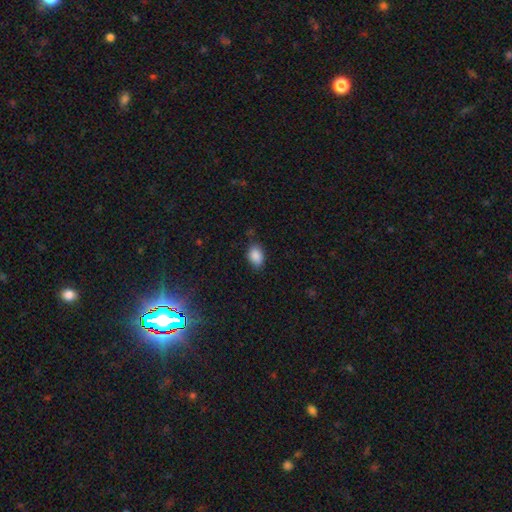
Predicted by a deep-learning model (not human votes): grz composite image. It shows a smooth galaxy with no disk features (88%) that is in between round and cigar-shaped (84%). Merging: none (80%).